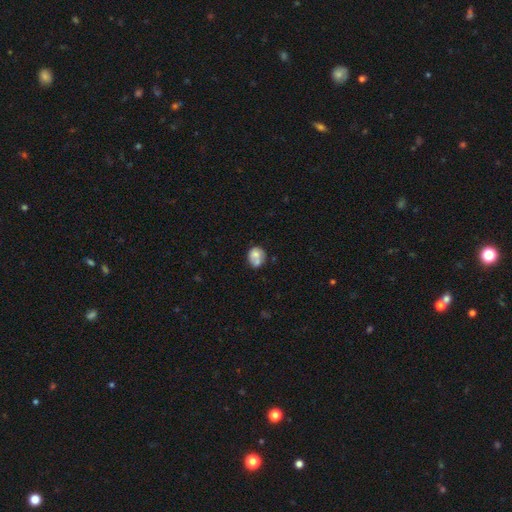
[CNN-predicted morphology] type=smooth (69%); roundness=round (68%); merging=none (40%).